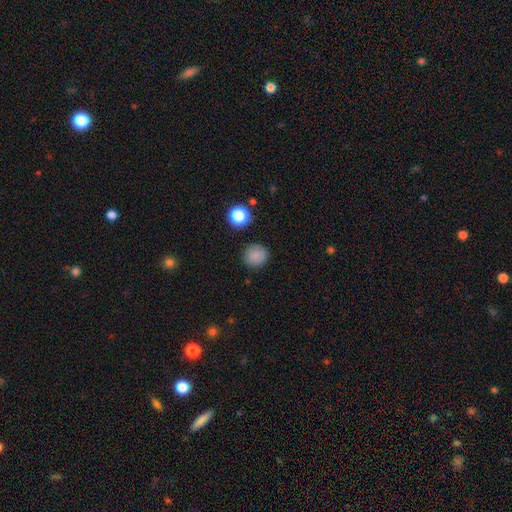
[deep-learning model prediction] Smooth or featured: smooth — 84% (star or artifact — 12%)
How rounded: round — 89% (in between — 10%)
Merging: none — 87% (minor disturbance — 8%)